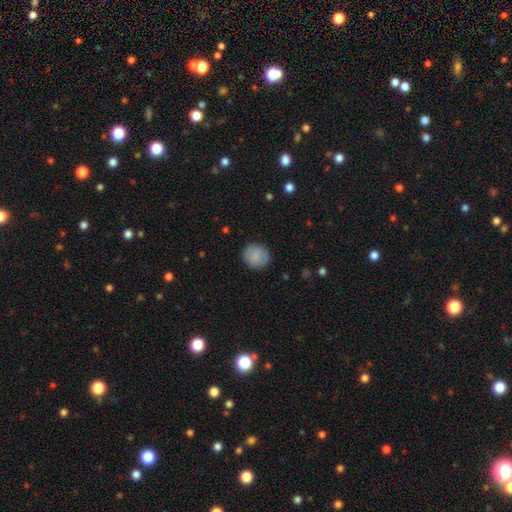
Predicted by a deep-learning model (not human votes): A smooth galaxy with no disk features (86%) that is round (90%). Merging: none (89%).